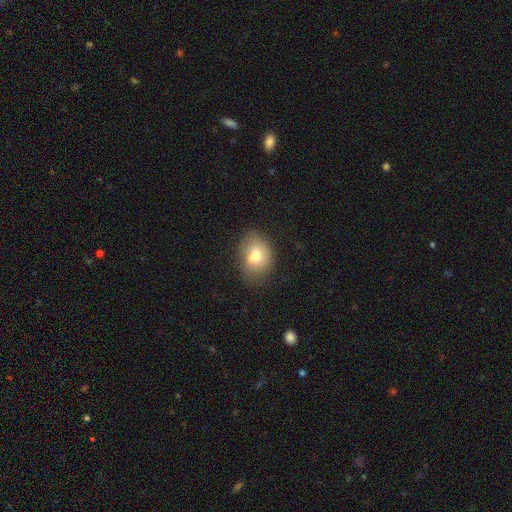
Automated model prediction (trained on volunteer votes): Overall: smooth (71%). How rounded: in between (61%; round 38%). Merging: none (49%; minor disturbance 23%).